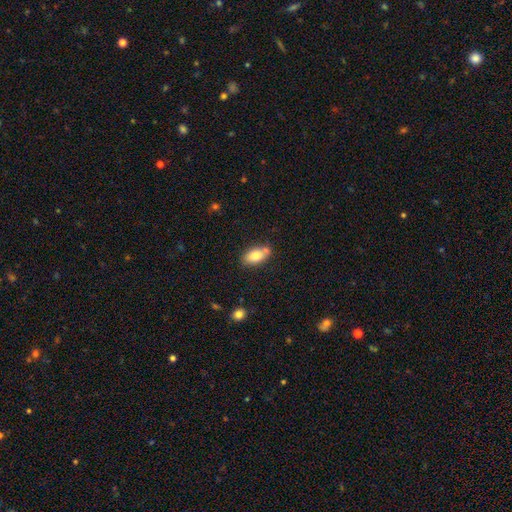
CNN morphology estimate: A smooth galaxy with no disk features (79%) that is in between round and cigar-shaped (89%). Merging: none (63%).